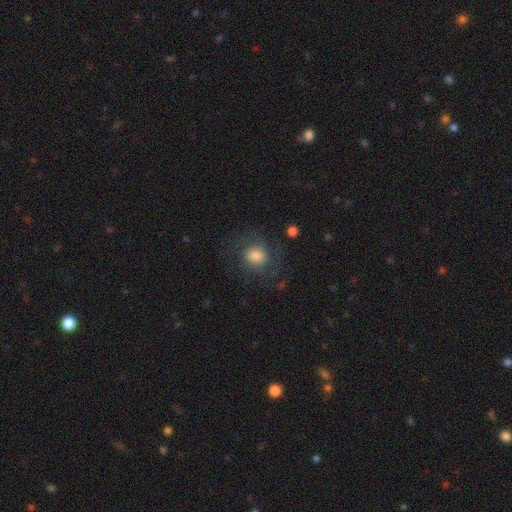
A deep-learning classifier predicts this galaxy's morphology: Smooth or featured? featured or disk (45%)
Merging? none (64%)